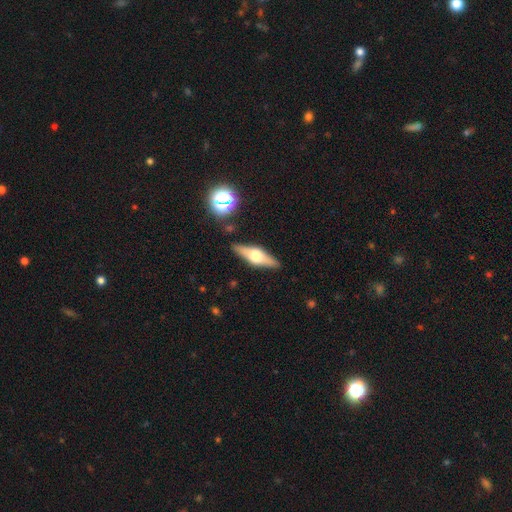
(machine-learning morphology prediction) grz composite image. It shows a featured or disk galaxy (63%) viewed edge-on (93%) with a rounded central bulge (93%). Merging: none (87%).